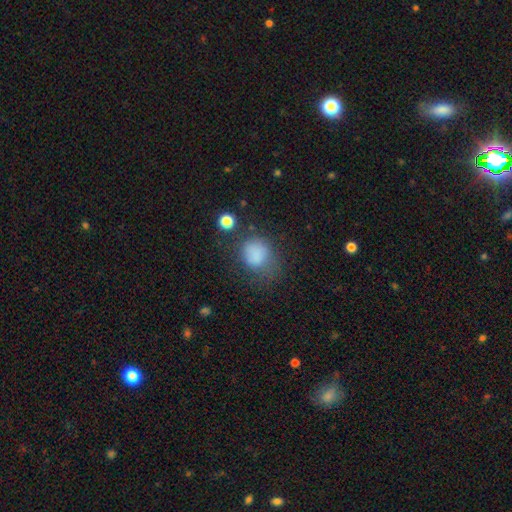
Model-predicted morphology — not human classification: Smooth or featured: smooth — 79% (star or artifact — 13%)
How rounded: round — 63% (in between — 36%)
Merging: none — 52% (minor disturbance — 25%)